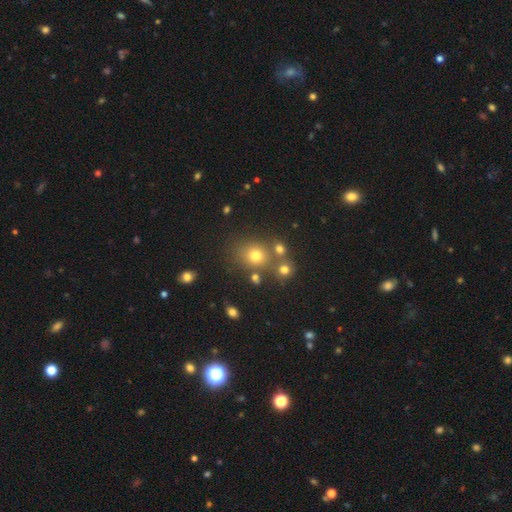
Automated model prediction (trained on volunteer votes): smooth-or-featured: smooth: 70% | star or artifact: 19% | featured or disk: 10%
  how-rounded: round: 72% | in between: 27% | cigar-shaped: 1%
  merging: none: 68% | merger: 17% | minor disturbance: 11% | major disturbance: 5%